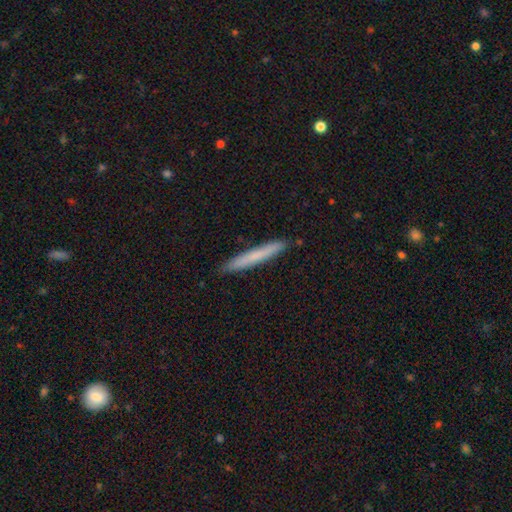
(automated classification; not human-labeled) This is likely a smooth galaxy (69%). How rounded: clearly cigar-shaped (96%). Merging: clearly none (90%).